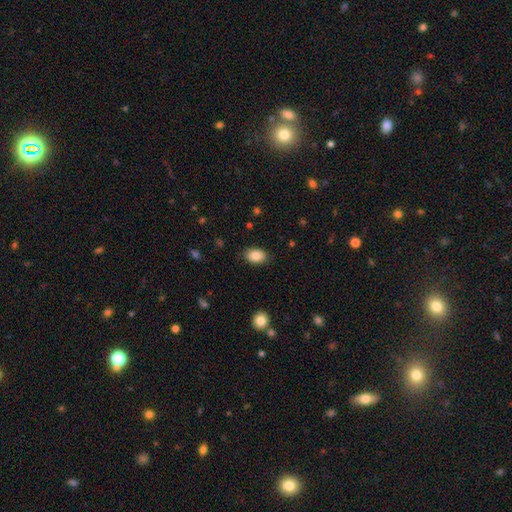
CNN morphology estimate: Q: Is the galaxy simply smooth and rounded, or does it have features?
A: smooth — 87%.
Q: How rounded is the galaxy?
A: in between — 87%.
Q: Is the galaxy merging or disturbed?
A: none — 87%.